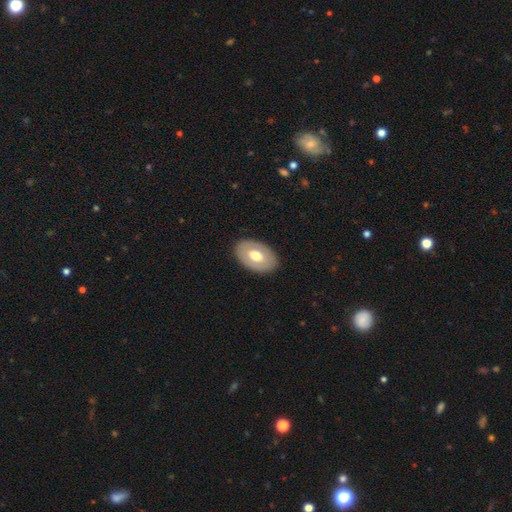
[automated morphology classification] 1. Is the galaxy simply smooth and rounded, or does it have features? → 58% smooth, 36% featured or disk, 5% star or artifact.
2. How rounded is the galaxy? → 88% in between, 11% round, 1% cigar-shaped.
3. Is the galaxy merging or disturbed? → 87% none, 10% minor disturbance, 3% major disturbance, 1% merger.